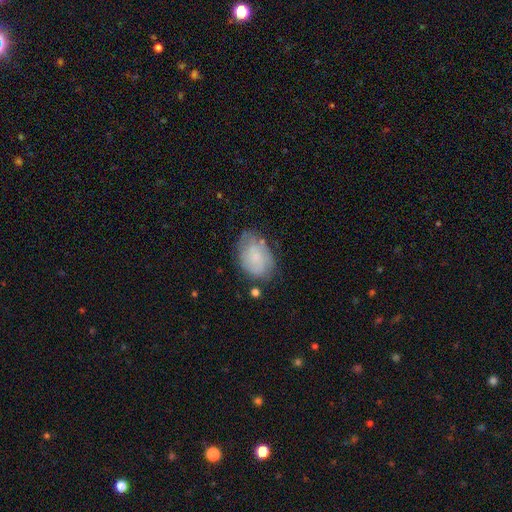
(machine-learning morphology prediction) smooth-or-featured: smooth: 53% | featured or disk: 39% | star or artifact: 8%
  how-rounded: in between: 84% | round: 15% | cigar-shaped: 1%
  merging: none: 64% | minor disturbance: 25% | major disturbance: 8% | merger: 4%